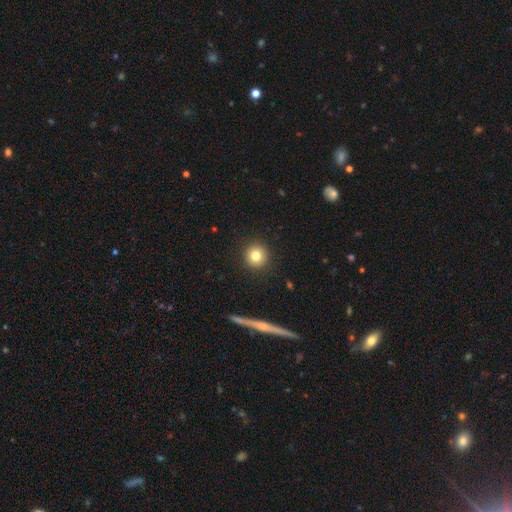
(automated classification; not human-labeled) Morphology: type=smooth (80%); roundness=round (94%); merging=none (92%).